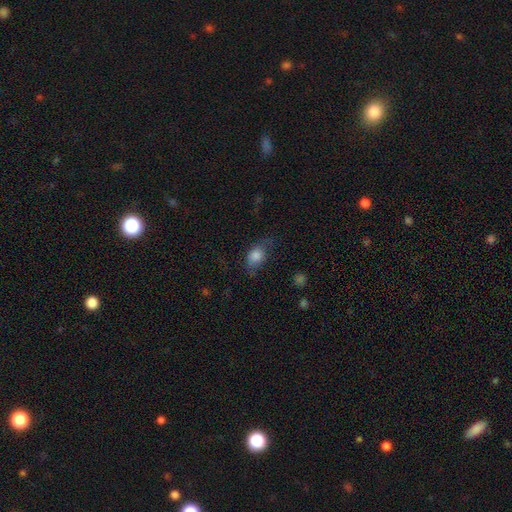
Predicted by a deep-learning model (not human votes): Morphology: type=smooth (79%); roundness=in between (74%); merging=none (54%).